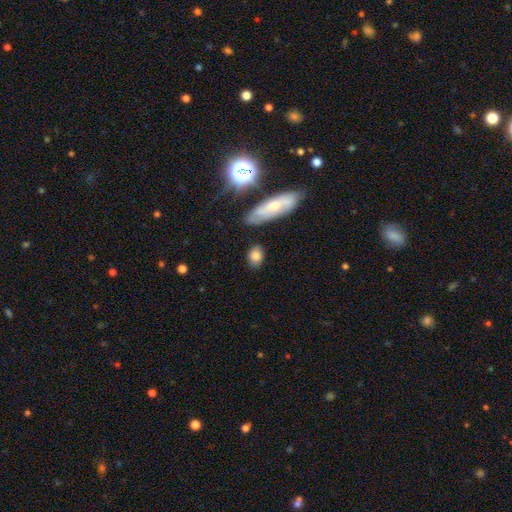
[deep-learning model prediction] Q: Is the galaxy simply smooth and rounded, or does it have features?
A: smooth — 81%.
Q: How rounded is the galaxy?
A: in between — 69%.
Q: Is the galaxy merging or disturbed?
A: none — 76%.